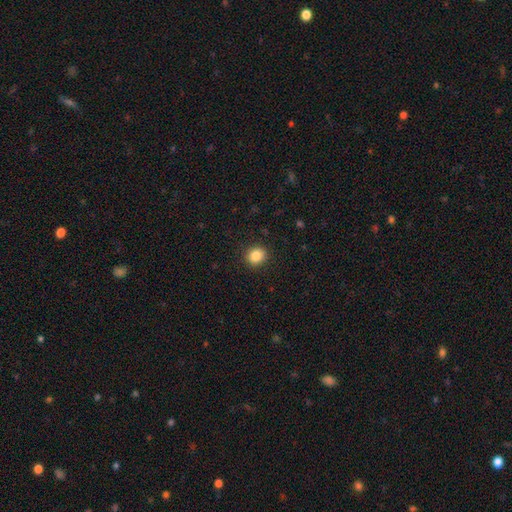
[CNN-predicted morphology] Smooth or featured?
  - smooth: 85% *
  - star or artifact: 10%
  - featured or disk: 5%
How rounded?
  - round: 78% *
  - in between: 21%
  - cigar-shaped: 1%
Merging?
  - none: 90% *
  - minor disturbance: 7%
  - major disturbance: 2%
  - merger: 1%